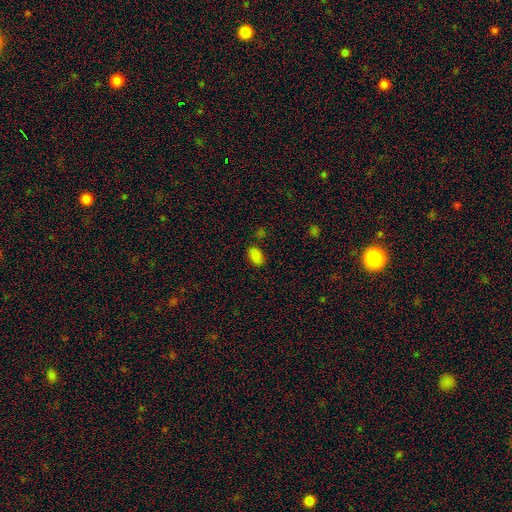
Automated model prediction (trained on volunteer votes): A smooth galaxy with no disk features (83%) that is in between round and cigar-shaped (91%). Merging: none (79%).